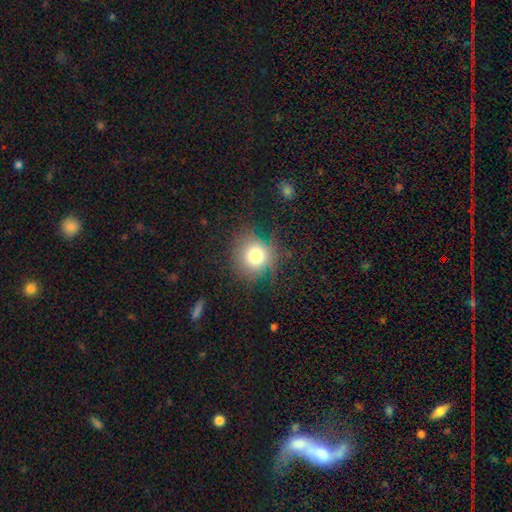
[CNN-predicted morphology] smooth_or_featured: smooth (p=0.75) [alt: star or artifact p=0.15]
how_rounded: round (p=0.88) [alt: in between p=0.11]
merging: none (p=0.78) [alt: minor disturbance p=0.14]